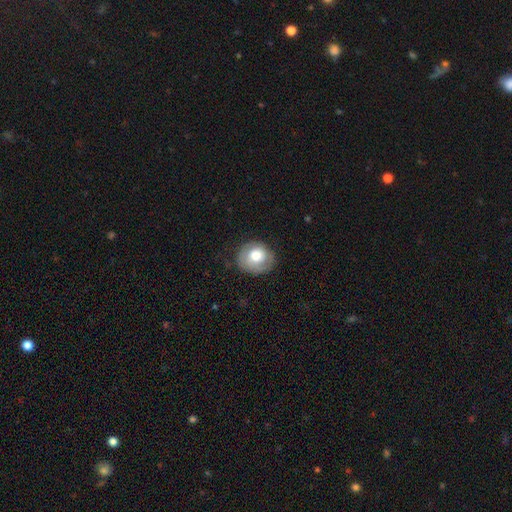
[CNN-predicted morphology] This is likely a smooth galaxy (63%). How rounded: likely round (73%). Merging: likely none (71%).